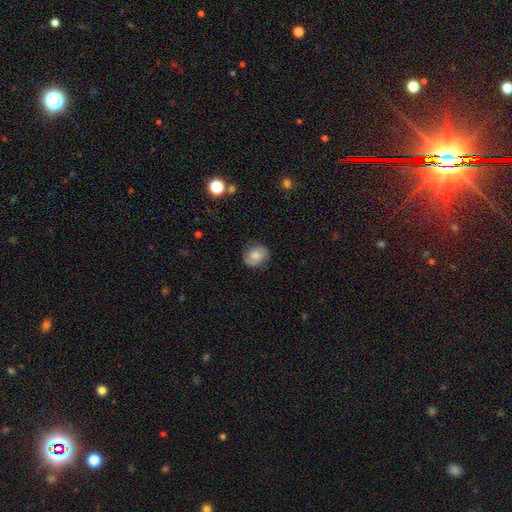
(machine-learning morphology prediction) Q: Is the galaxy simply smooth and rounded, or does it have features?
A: smooth — 66%.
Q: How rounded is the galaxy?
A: round — 61%.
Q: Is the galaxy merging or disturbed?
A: none — 78%.